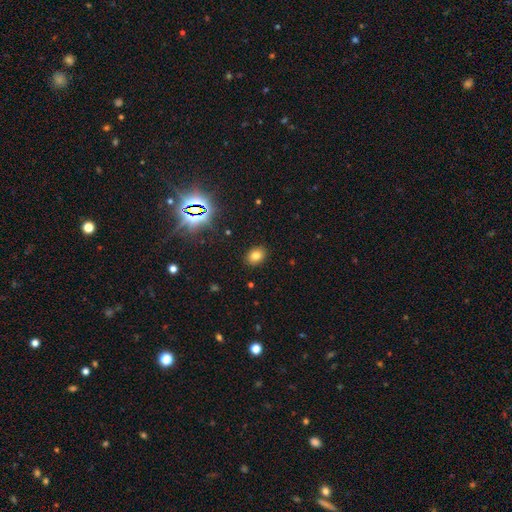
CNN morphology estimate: This is likely a smooth galaxy (77%). How rounded: possibly in between (59%). Merging: clearly none (89%).